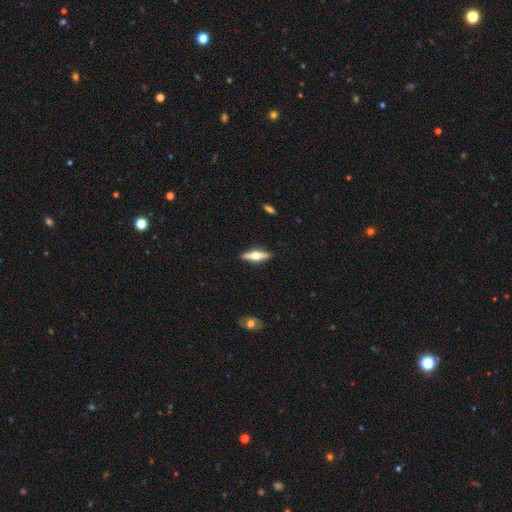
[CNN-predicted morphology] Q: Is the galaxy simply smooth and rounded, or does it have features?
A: featured or disk — 60%.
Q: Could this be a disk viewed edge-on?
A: yes — 95%.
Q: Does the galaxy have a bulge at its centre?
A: rounded — 95%.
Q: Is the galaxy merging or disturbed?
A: none — 90%.